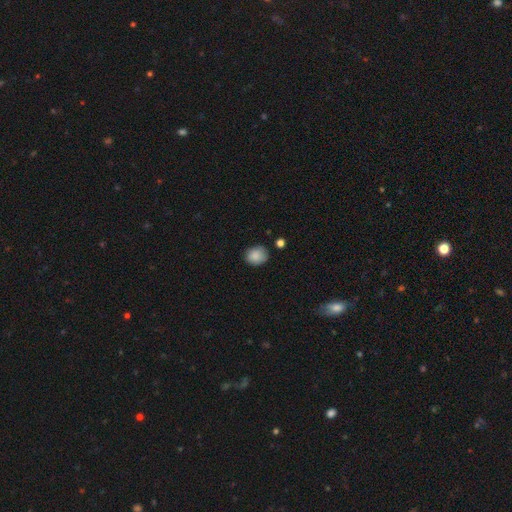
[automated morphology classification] smooth-or-featured: smooth: 86% | star or artifact: 8% | featured or disk: 5%
  how-rounded: round: 58% | in between: 41% | cigar-shaped: 1%
  merging: none: 73% | minor disturbance: 20% | major disturbance: 4% | merger: 3%